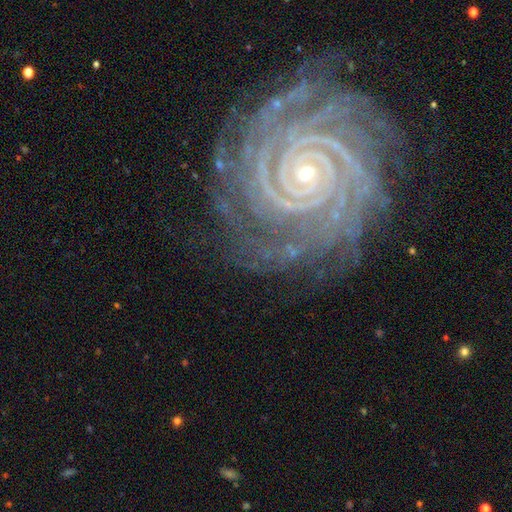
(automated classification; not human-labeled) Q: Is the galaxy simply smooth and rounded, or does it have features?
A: featured or disk — 92%.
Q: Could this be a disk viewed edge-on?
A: no — 98%.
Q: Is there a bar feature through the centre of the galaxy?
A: no — 68%.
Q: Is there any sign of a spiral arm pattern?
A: yes — 99%.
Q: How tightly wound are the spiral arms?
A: tight — 90%.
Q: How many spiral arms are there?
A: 2 — 27%.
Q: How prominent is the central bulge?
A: small — 76%.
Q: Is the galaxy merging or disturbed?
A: none — 78%.